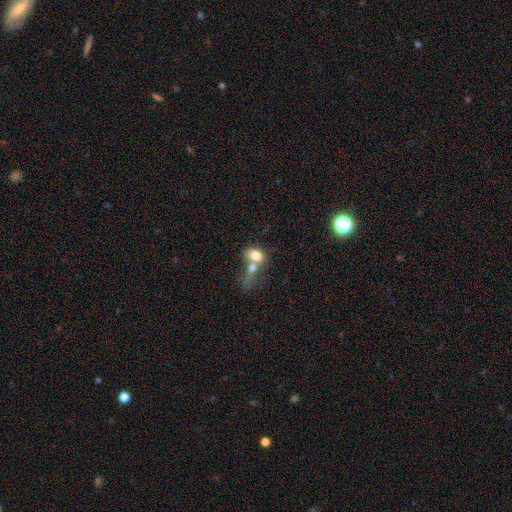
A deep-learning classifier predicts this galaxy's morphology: Q: Smooth or featured?
A: smooth (74%); runner-up: featured or disk (17%)
Q: How rounded?
A: in between (76%); runner-up: round (21%)
Q: Merging?
A: merger (63%); runner-up: none (20%)